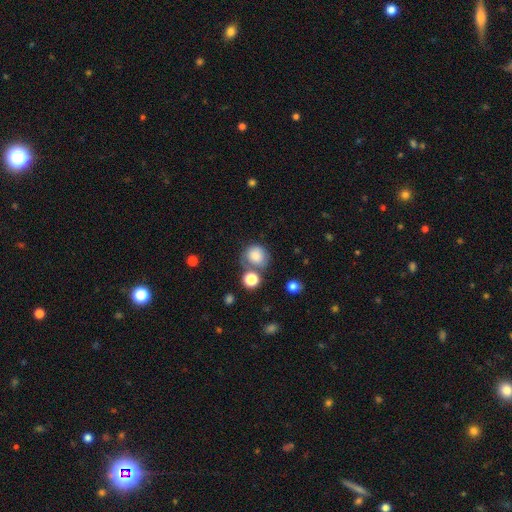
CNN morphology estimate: smooth_or_featured: smooth (p=0.80) [alt: featured or disk p=0.10]
how_rounded: round (p=0.82) [alt: in between p=0.18]
merging: none (p=0.54) [alt: merger p=0.20]